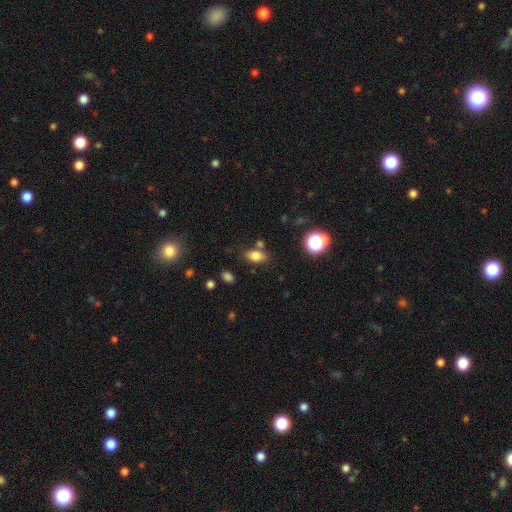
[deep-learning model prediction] Overall: smooth (78%). How rounded: in between (85%). Merging: none (72%).